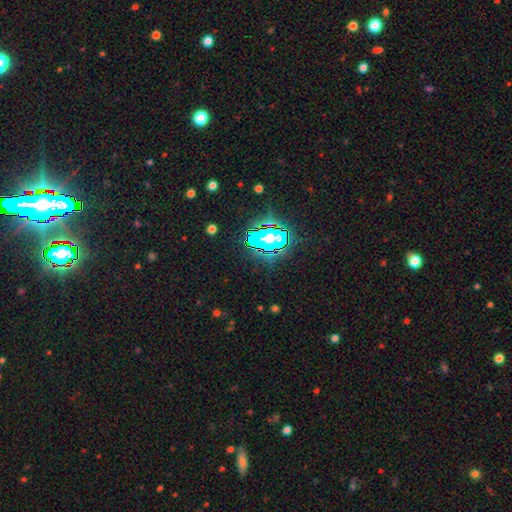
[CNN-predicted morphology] Overall: star or artifact (84%).